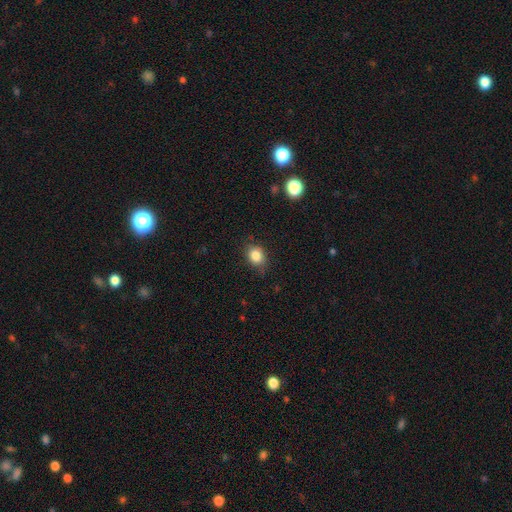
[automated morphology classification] This appears to be a smooth galaxy with no disk features (84%) that is round (59%). Merging: none (80%).